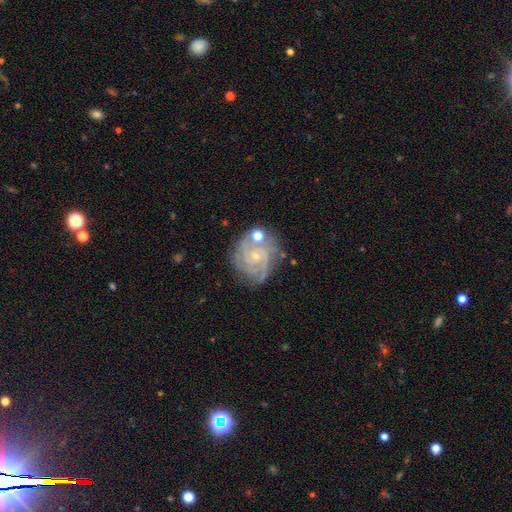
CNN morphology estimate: This is clearly a featured or disk galaxy (88%). It is clearly not viewed edge-on (98%). Bar: likely no (74%). Spiral arm pattern: clearly yes (98%). Spiral arm count: marginally 3 (37%). Spiral winding: likely tight (69%). Central bulge: likely small (77%). Merging: likely none (69%).